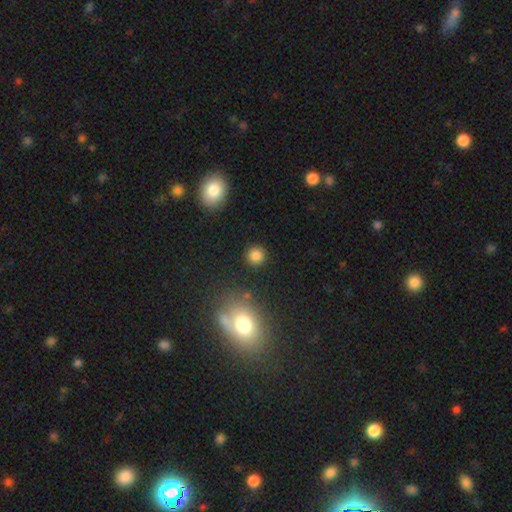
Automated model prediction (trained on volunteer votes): Smooth or featured: smooth — 81% (star or artifact — 13%)
How rounded: round — 91% (in between — 8%)
Merging: none — 88% (minor disturbance — 7%)